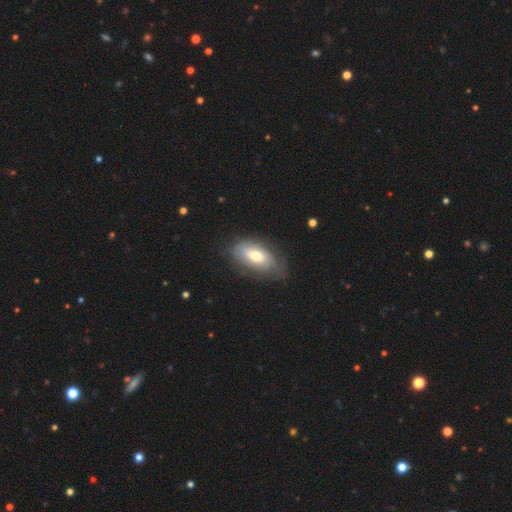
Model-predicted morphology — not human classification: Q: Smooth or featured?
A: smooth (58%); runner-up: featured or disk (35%)
Q: How rounded?
A: in between (91%); runner-up: cigar-shaped (5%)
Q: Merging?
A: none (63%); runner-up: minor disturbance (26%)